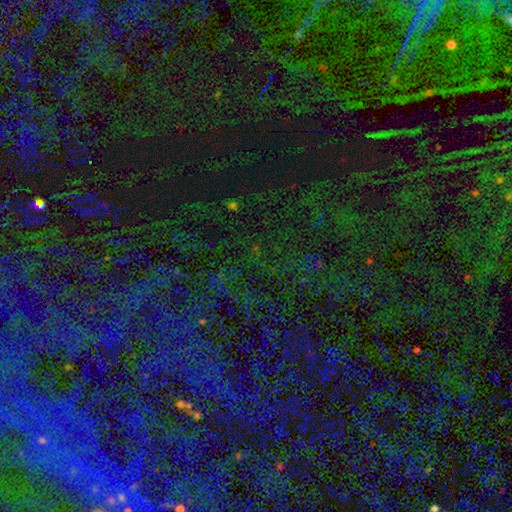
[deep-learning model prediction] Q: Smooth or featured?
A: star or artifact (80%); runner-up: smooth (12%)